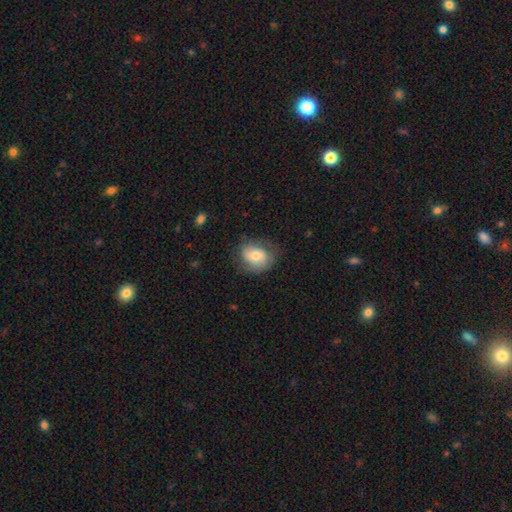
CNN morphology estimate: type=smooth (62%); roundness=in between (51%); merging=none (65%).